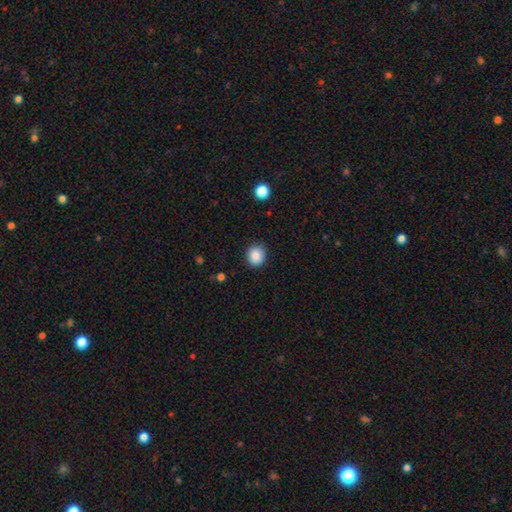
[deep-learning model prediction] smooth-or-featured: smooth: 87% | star or artifact: 9% | featured or disk: 4%
  how-rounded: round: 84% | in between: 15% | cigar-shaped: 1%
  merging: none: 89% | minor disturbance: 7% | major disturbance: 2% | merger: 1%